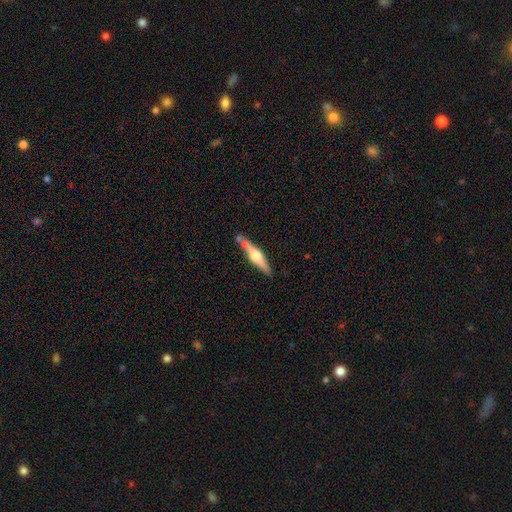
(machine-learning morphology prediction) A featured or disk galaxy (64%) viewed edge-on (96%) with a rounded central bulge (93%). Merging: none (74%).